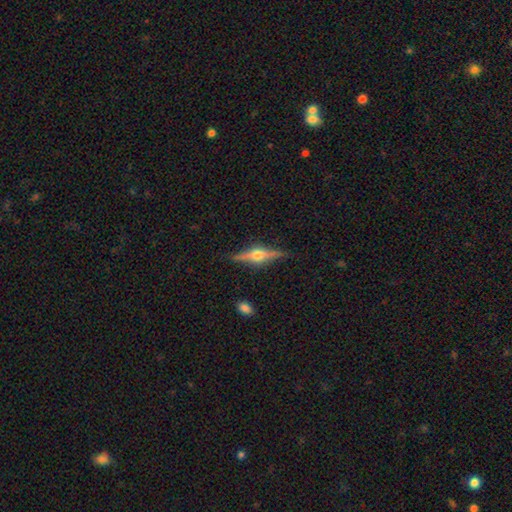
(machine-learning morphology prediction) Q: Smooth or featured?
A: featured or disk (81%); runner-up: smooth (13%)
Q: Edge-on disk?
A: yes (98%); runner-up: no (2%)
Q: Edge-on bulge?
A: rounded (95%); runner-up: boxy (3%)
Q: Merging?
A: none (88%); runner-up: minor disturbance (9%)